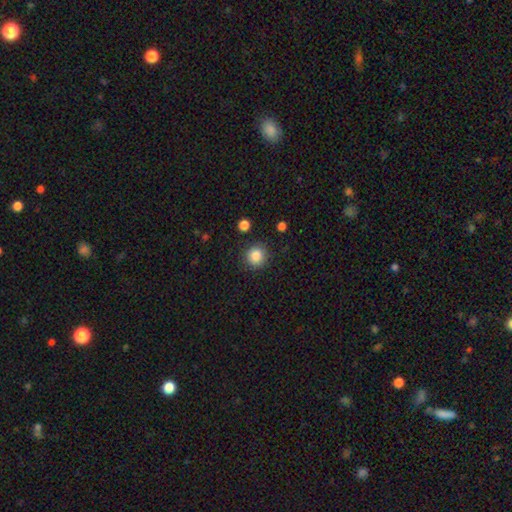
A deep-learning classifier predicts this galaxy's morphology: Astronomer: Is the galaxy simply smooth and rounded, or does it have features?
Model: smooth — 86%.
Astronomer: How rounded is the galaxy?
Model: round — 92%.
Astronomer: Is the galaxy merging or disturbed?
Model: none — 88%.